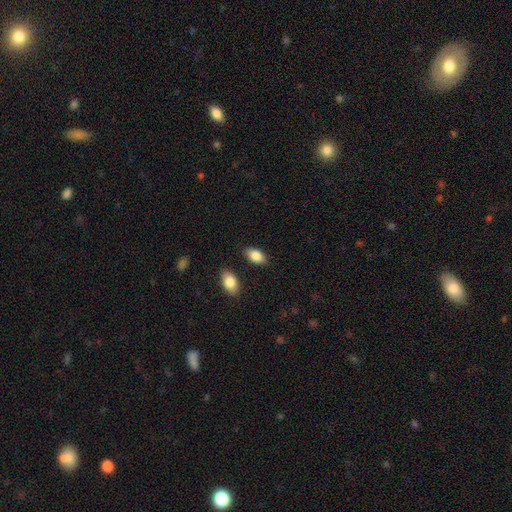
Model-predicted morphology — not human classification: Q: Smooth or featured?
A: smooth (86%); runner-up: featured or disk (8%)
Q: How rounded?
A: in between (92%); runner-up: round (5%)
Q: Merging?
A: none (83%); runner-up: minor disturbance (11%)